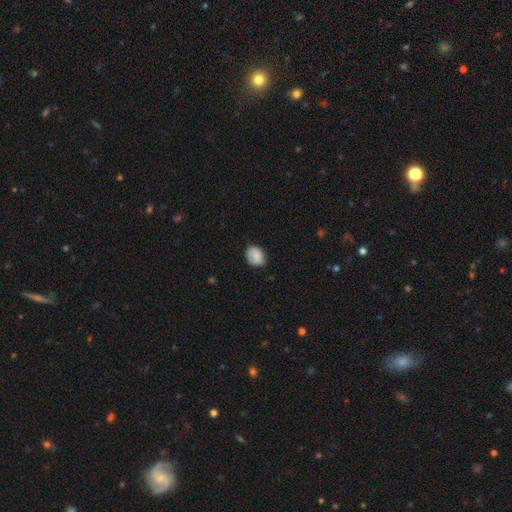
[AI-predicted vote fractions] Smooth or featured: smooth — 80% (featured or disk — 13%)
How rounded: in between — 57% (round — 42%)
Merging: none — 69% (minor disturbance — 24%)